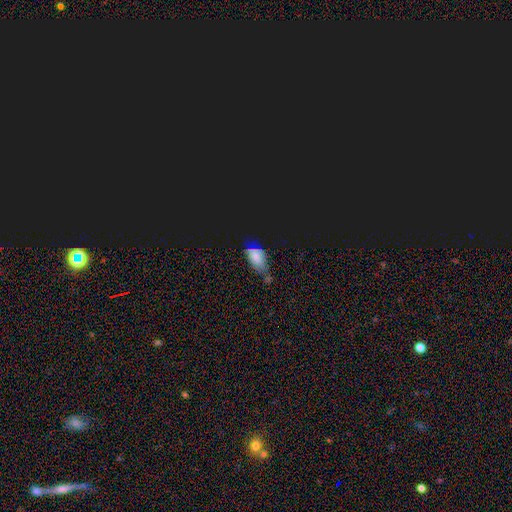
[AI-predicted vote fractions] Smooth or featured? Predicted: smooth (p=0.49). Merging? Predicted: none (p=0.43).